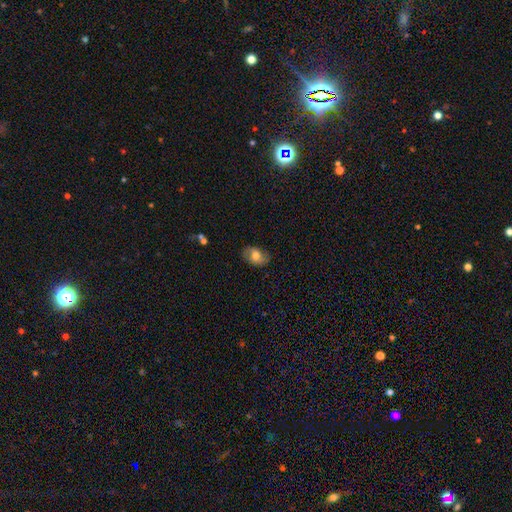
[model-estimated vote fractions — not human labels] smooth 56%, featured or disk 35%, star or artifact 8%. Down the decision tree: how rounded — in between (82%); merging — none (78%).